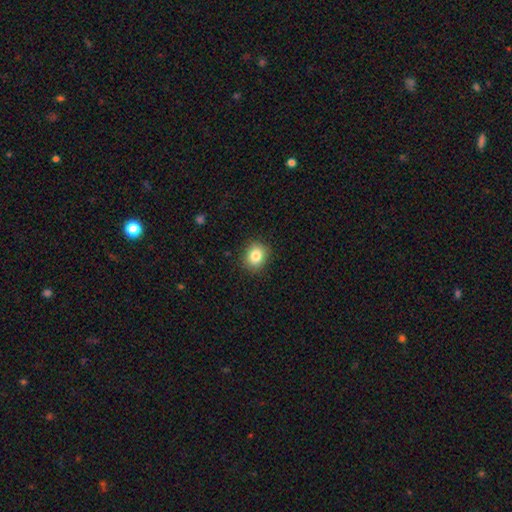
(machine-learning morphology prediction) smooth 83%, star or artifact 10%, featured or disk 7%. Down the decision tree: how rounded — round (71%); merging — none (89%).